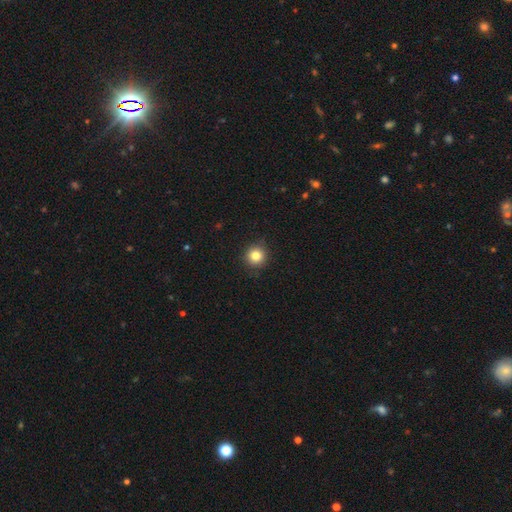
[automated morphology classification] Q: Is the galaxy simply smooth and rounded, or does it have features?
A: smooth — 83%.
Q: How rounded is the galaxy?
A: round — 93%.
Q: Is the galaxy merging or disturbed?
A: none — 90%.